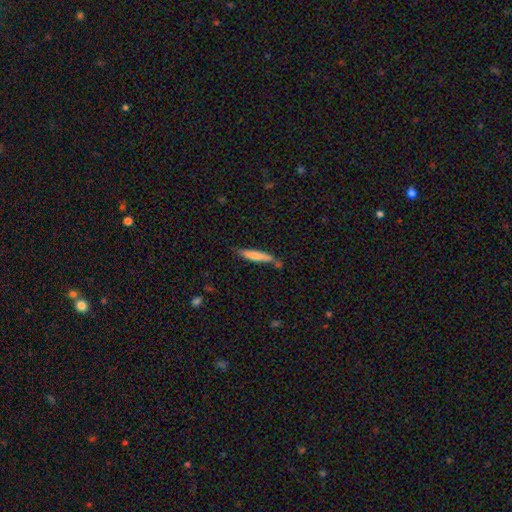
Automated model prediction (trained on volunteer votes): This appears to be a smooth galaxy with no disk features (74%) that is cigar-shaped (89%). Merging: none (67%).